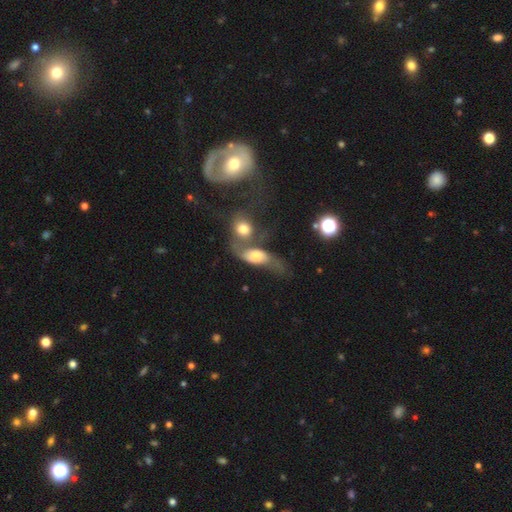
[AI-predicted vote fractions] Smooth or featured: featured or disk — 49% (smooth — 42%)
Merging: merger — 57% (none — 17%)